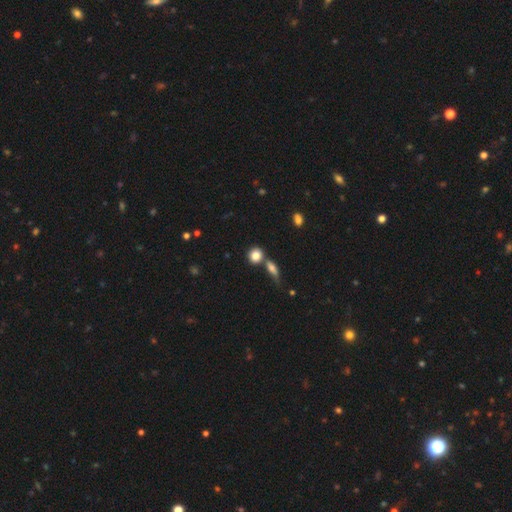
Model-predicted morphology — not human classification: smooth 83%, star or artifact 9%, featured or disk 8%. Down the decision tree: how rounded — round (76%); merging — none (58%).